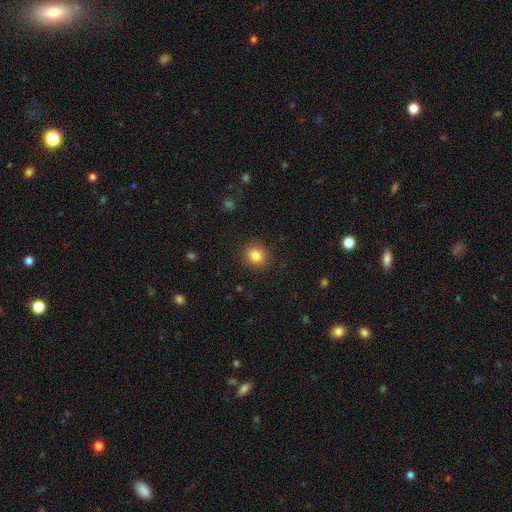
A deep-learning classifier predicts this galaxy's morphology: Smooth or featured?
  - smooth: 83% *
  - star or artifact: 11%
  - featured or disk: 6%
How rounded?
  - round: 86% *
  - in between: 13%
  - cigar-shaped: 1%
Merging?
  - none: 89% *
  - minor disturbance: 7%
  - major disturbance: 3%
  - merger: 1%